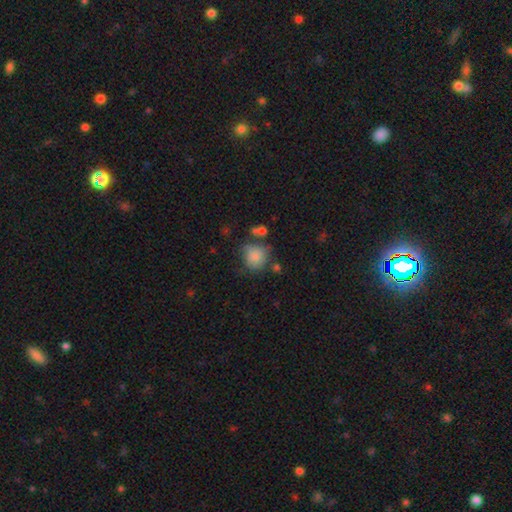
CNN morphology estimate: A smooth galaxy with no disk features (80%) that is round (80%).

Vote fractions:
- Smooth or featured? smooth: 80% / star or artifact: 11% / featured or disk: 10%
- How rounded? round: 80% / in between: 19% / cigar-shaped: 1%
- Merging? none: 60% / minor disturbance: 22% / merger: 10% / major disturbance: 8%